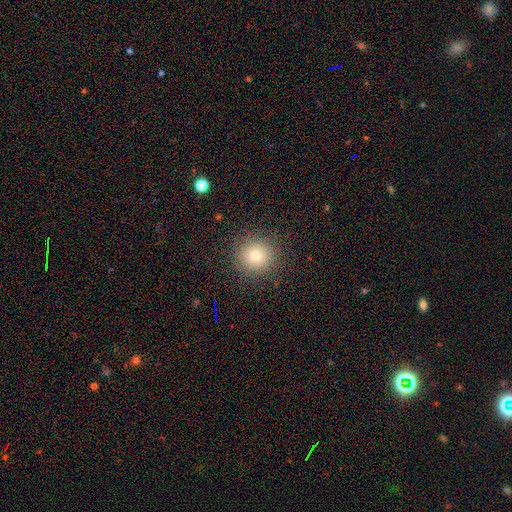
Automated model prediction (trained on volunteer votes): A smooth galaxy with no disk features (77%) that is round (92%).

Vote fractions:
- Smooth or featured? smooth: 77% / star or artifact: 14% / featured or disk: 9%
- How rounded? round: 92% / in between: 7% / cigar-shaped: 1%
- Merging? none: 90% / minor disturbance: 6% / major disturbance: 3% / merger: 1%